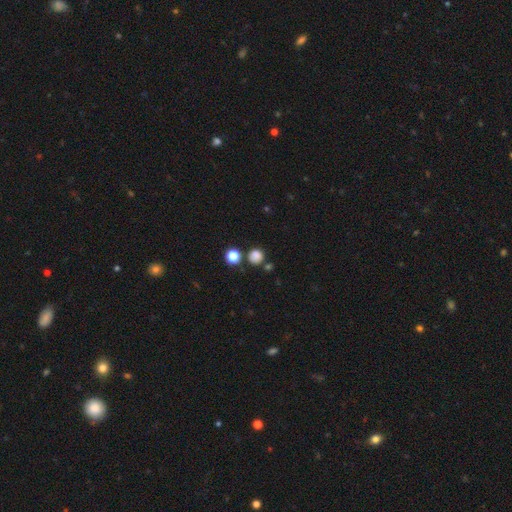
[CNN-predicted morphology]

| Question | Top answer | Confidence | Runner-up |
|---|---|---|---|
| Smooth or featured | smooth | 82% | star or artifact (13%) |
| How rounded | round | 90% | in between (9%) |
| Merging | none | 77% | merger (10%) |